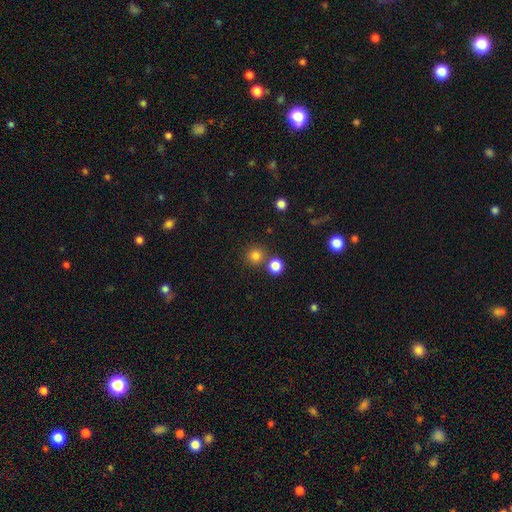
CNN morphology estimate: smooth 81%, star or artifact 14%, featured or disk 5%. Down the decision tree: how rounded — round (92%); merging — none (75%).